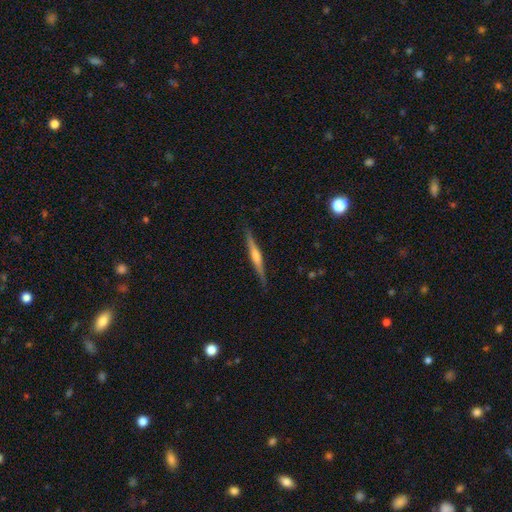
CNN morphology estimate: featured or disk 72%, smooth 22%, star or artifact 6%. Down the decision tree: edge-on disk — yes (98%); edge-on bulge — rounded (67%); merging — none (89%).